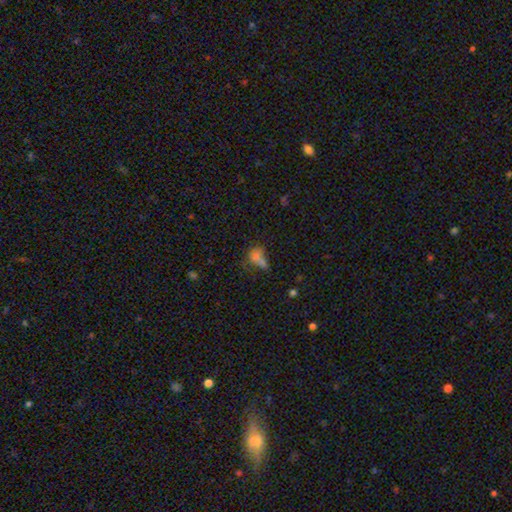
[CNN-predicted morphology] Smooth or featured? smooth (67%)
How rounded? in between (59%)
Merging? merger (46%)